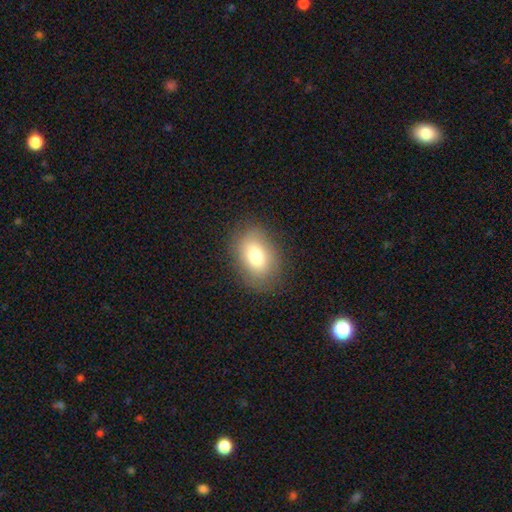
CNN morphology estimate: smooth-or-featured: smooth: 77% | featured or disk: 13% | star or artifact: 10%
  how-rounded: in between: 79% | round: 19% | cigar-shaped: 1%
  merging: none: 83% | minor disturbance: 12% | major disturbance: 5% | merger: 1%